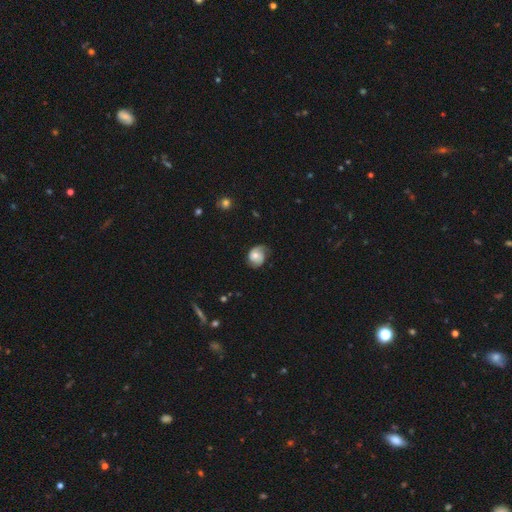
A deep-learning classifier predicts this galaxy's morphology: A featured or disk galaxy (51%). Merging: none (63%).